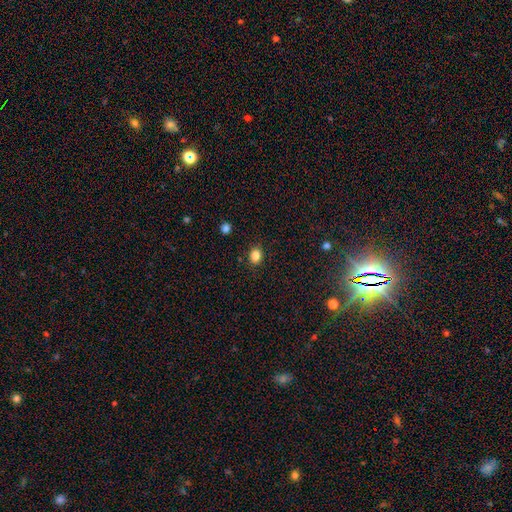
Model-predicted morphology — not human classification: This appears to be a smooth galaxy with no disk features (85%) that is in between round and cigar-shaped (50%). Merging: none (87%).